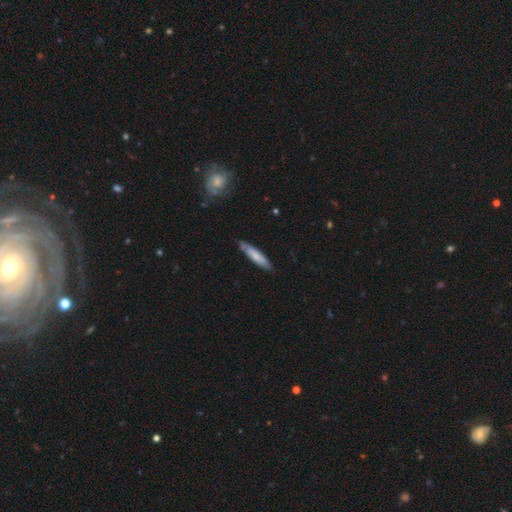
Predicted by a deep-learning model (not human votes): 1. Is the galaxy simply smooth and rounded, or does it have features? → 70% smooth, 25% featured or disk, 5% star or artifact.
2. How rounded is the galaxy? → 81% cigar-shaped, 17% in between, 1% round.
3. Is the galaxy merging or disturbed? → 76% none, 19% minor disturbance, 3% major disturbance, 2% merger.